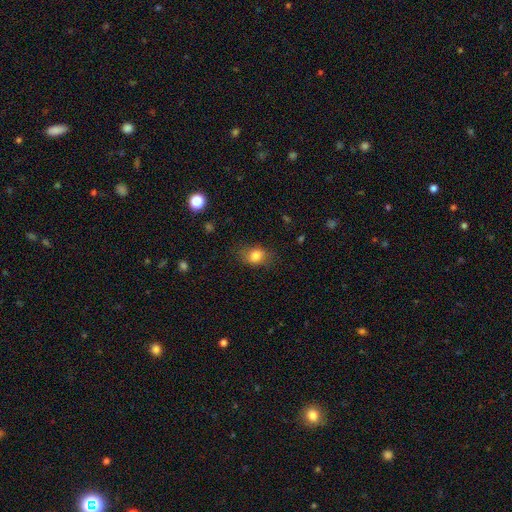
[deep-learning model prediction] smooth_or_featured: smooth (p=0.81) [alt: featured or disk p=0.09]
how_rounded: in between (p=0.70) [alt: round p=0.29]
merging: none (p=0.73) [alt: minor disturbance p=0.19]